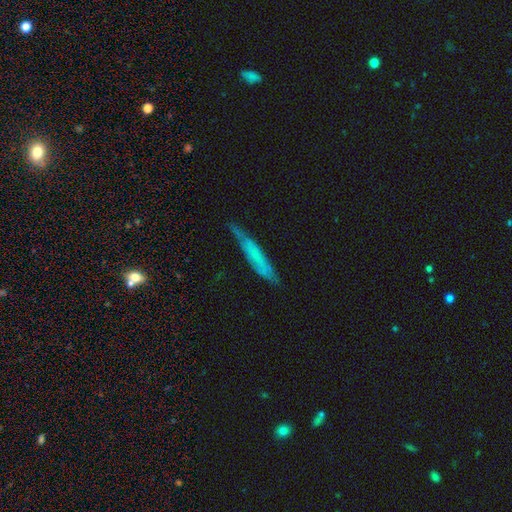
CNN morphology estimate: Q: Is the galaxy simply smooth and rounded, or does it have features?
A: smooth — 51%.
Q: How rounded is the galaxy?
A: cigar-shaped — 91%.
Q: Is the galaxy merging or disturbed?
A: none — 67%.